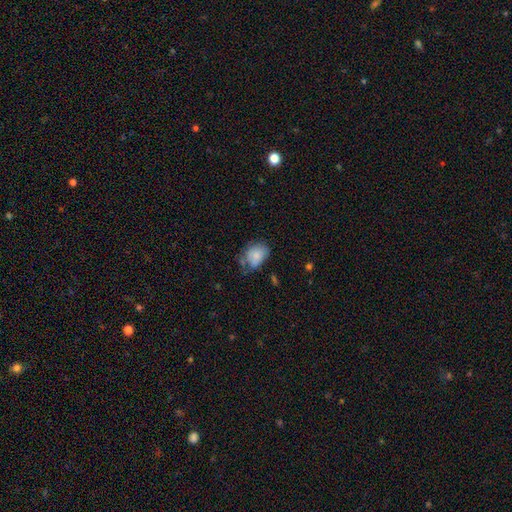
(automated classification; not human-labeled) This is likely a smooth galaxy (78%). How rounded: likely in between (71%). Merging: marginally none (43%).